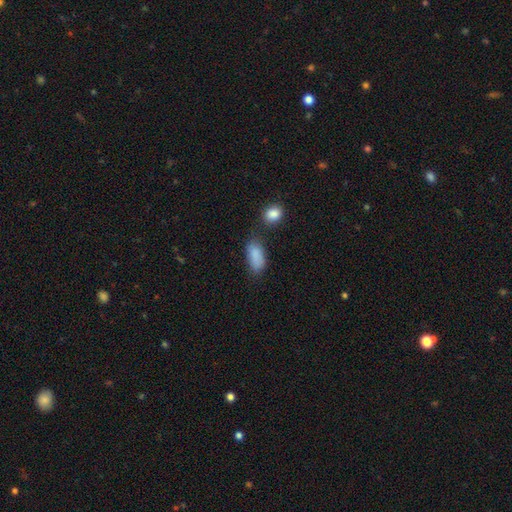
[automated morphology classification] smooth_or_featured: smooth (p=0.86) [alt: star or artifact p=0.08]
how_rounded: in between (p=0.89) [alt: cigar-shaped p=0.06]
merging: none (p=0.56) [alt: minor disturbance p=0.24]